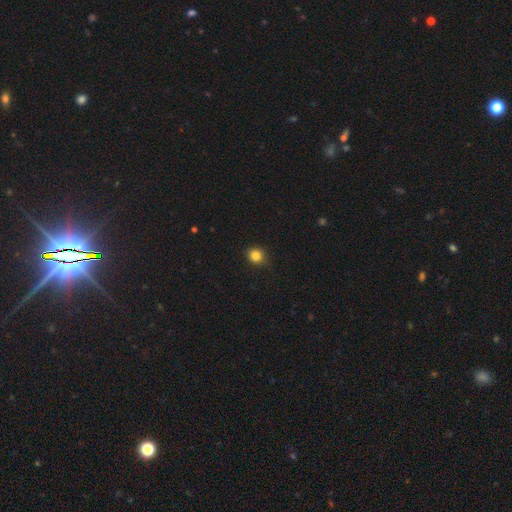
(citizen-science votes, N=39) smooth-or-featured: smooth: 87% | star or artifact: 10% | featured or disk: 3%
  how-rounded: round: 76% | in between: 24% | cigar-shaped: 0%
  merging: none: 74% | minor disturbance: 26% | major disturbance: 0% | merger: 0%